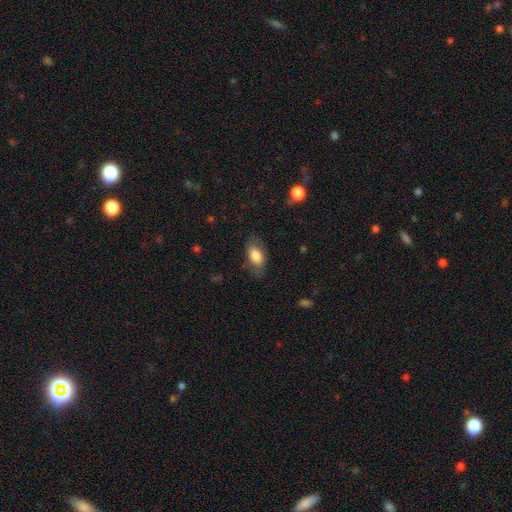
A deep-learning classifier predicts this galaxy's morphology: Smooth or featured: smooth — 79% (featured or disk — 15%)
How rounded: in between — 91% (round — 5%)
Merging: none — 74% (minor disturbance — 18%)